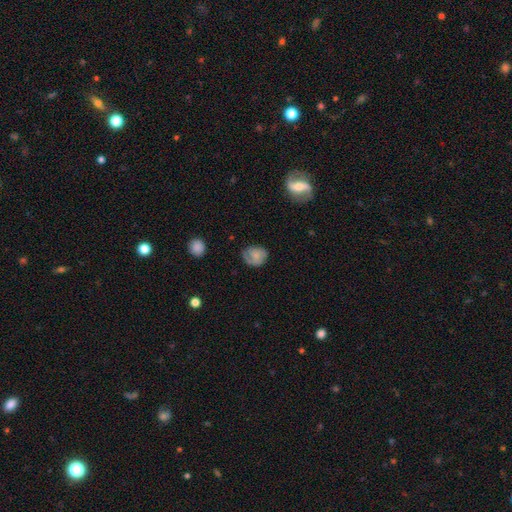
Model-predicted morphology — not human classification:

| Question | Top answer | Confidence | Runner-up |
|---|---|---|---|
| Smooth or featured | smooth | 62% | featured or disk (30%) |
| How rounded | round | 61% | in between (38%) |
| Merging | none | 62% | minor disturbance (26%) |